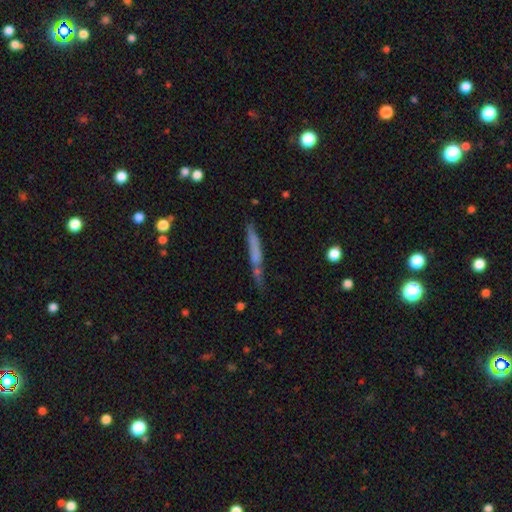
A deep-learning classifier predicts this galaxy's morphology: Overall: smooth (54%; featured or disk 37%). How rounded: cigar-shaped (93%). Merging: none (64%).